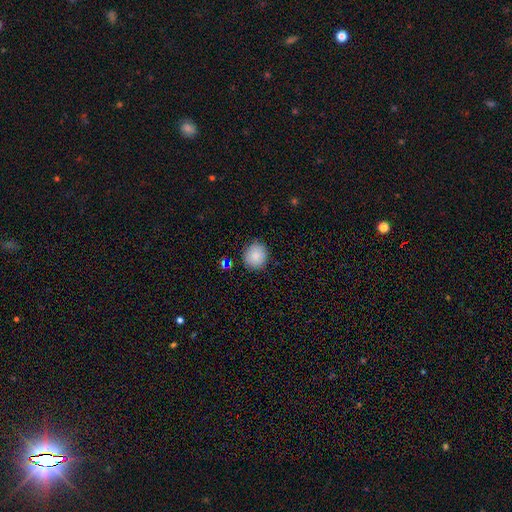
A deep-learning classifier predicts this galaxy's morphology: Smooth or featured? smooth (86%)
How rounded? round (87%)
Merging? none (86%)